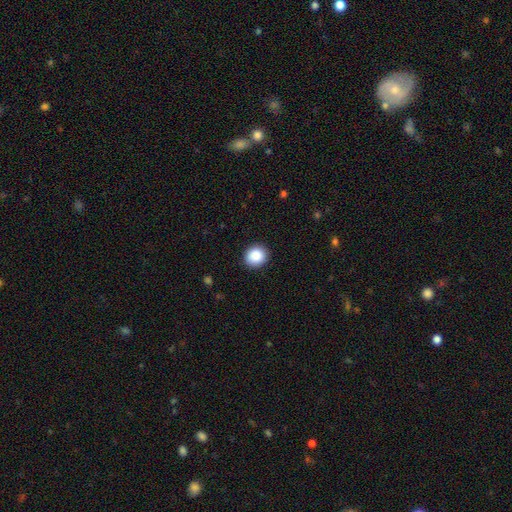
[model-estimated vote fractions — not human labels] The model was most divided on "how rounded": round: 77%, in between: 22%, cigar-shaped: 1%. More confident: merging — none (90%); smooth or featured — smooth (88%).